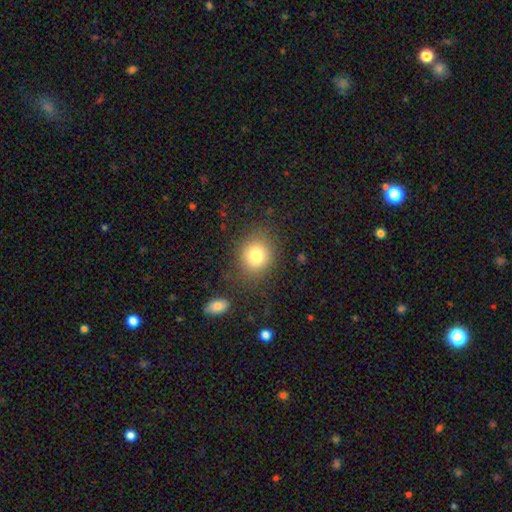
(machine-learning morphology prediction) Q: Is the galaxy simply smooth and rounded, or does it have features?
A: smooth — 79%.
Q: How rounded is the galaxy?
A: round — 74%.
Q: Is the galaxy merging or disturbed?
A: none — 79%.